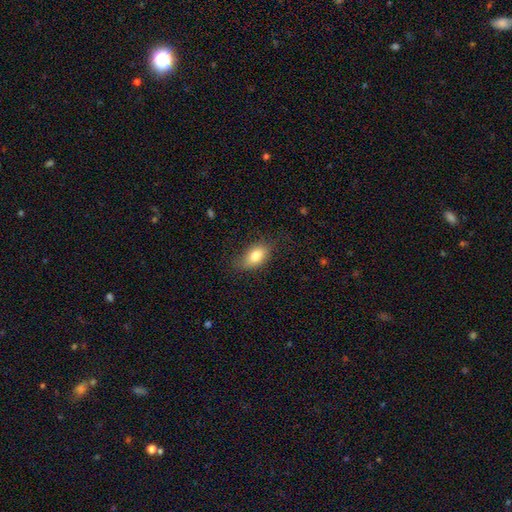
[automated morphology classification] A smooth galaxy with no disk features (80%) that is in between round and cigar-shaped (89%).

Vote fractions:
- Smooth or featured? smooth: 80% / featured or disk: 12% / star or artifact: 8%
- How rounded? in between: 89% / round: 9% / cigar-shaped: 3%
- Merging? none: 68% / minor disturbance: 23% / major disturbance: 7% / merger: 1%